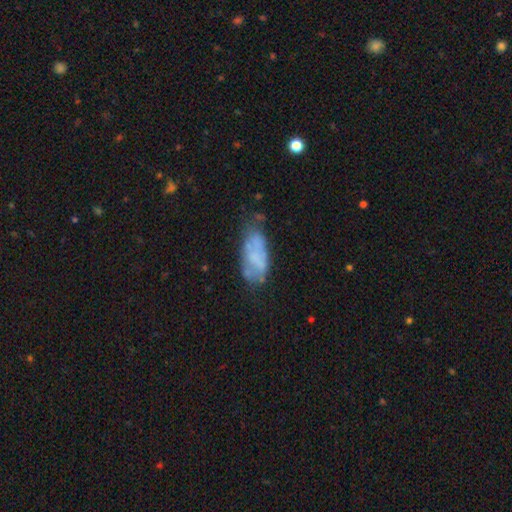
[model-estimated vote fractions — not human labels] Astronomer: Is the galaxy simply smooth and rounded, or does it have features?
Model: smooth — 46% (runner-up: featured or disk, 44%).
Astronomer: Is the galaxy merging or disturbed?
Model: none — 45% (runner-up: minor disturbance, 31%).